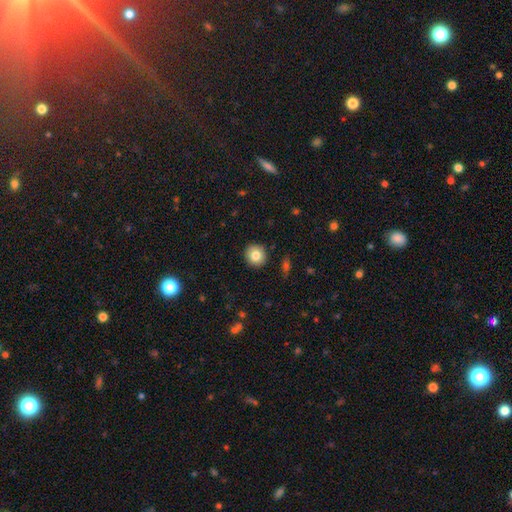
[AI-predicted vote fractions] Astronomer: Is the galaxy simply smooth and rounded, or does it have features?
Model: smooth — 82%.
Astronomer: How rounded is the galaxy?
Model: round — 90%.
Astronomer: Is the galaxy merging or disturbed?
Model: none — 90%.